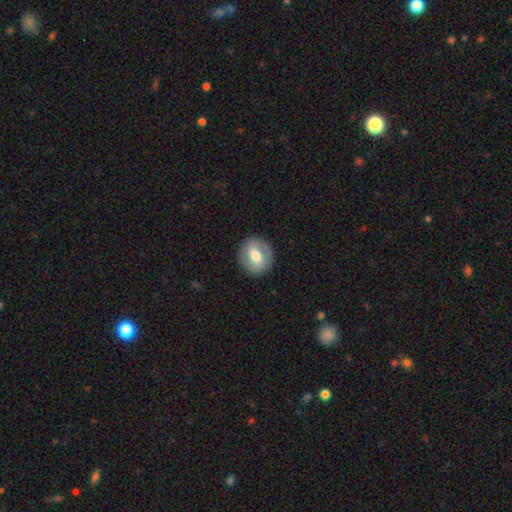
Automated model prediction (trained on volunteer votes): This is possibly a featured or disk galaxy (50%). It is clearly not viewed edge-on (95%). Merging: clearly none (88%).